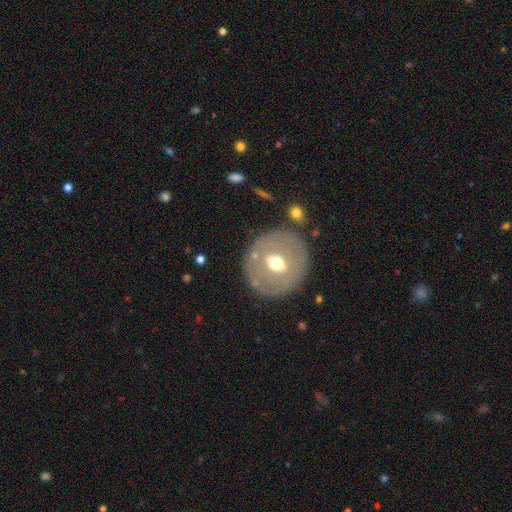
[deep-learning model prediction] Smooth or featured: featured or disk — 46% (smooth — 44%)
Merging: none — 82% (minor disturbance — 11%)